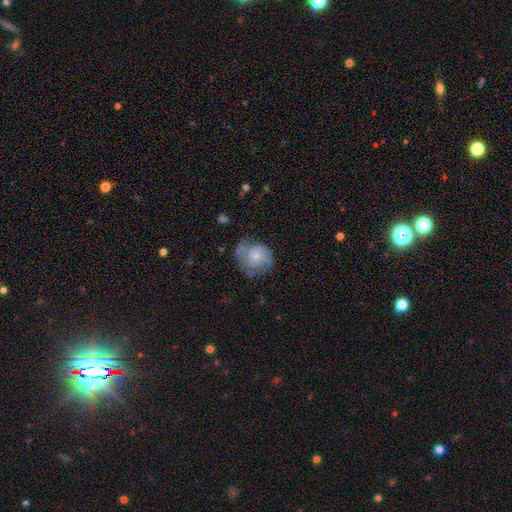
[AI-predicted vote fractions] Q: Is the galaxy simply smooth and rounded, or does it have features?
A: featured or disk — 58%.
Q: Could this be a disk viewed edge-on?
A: no — 98%.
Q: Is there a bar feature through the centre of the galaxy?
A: no — 80%.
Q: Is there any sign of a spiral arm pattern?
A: yes — 79%.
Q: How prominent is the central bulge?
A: small — 64%.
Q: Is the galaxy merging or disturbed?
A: none — 47%.